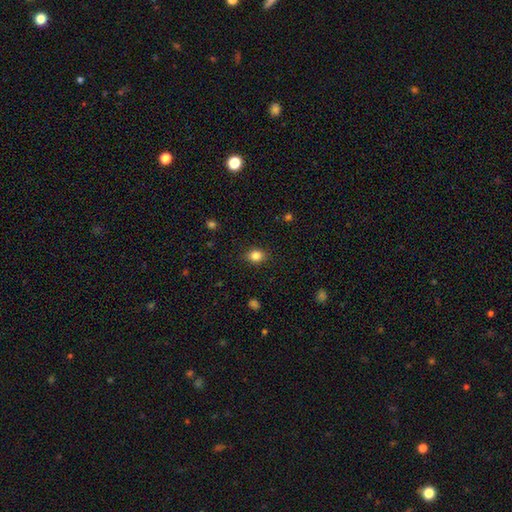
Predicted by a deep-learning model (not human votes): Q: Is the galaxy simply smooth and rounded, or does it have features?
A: smooth — 84%.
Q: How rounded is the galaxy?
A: round — 50%.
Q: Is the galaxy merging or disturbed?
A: none — 87%.